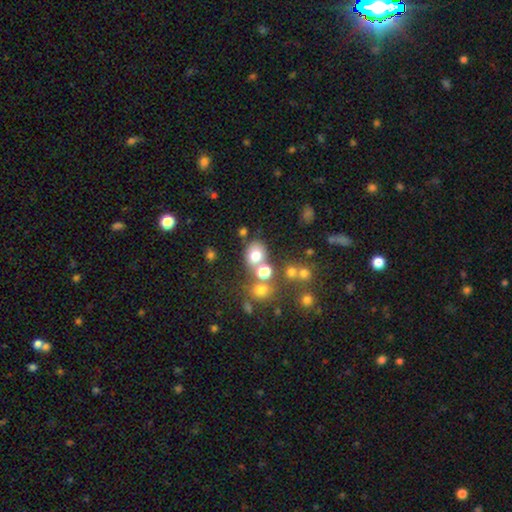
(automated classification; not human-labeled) This appears to be a smooth galaxy with no disk features (70%) that is round (61%). Merging: none (60%).